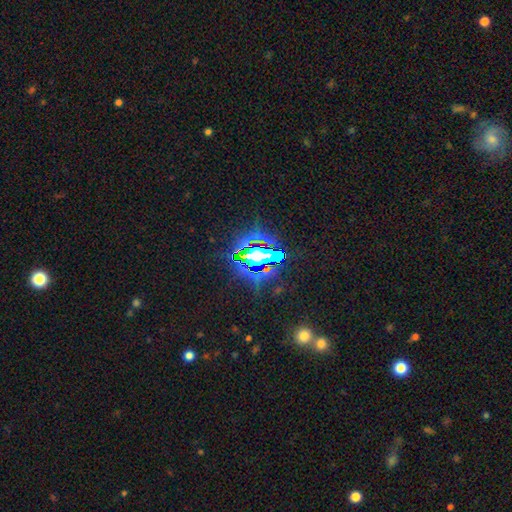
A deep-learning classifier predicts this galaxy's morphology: Smooth or featured: star or artifact — 72% (smooth — 16%)